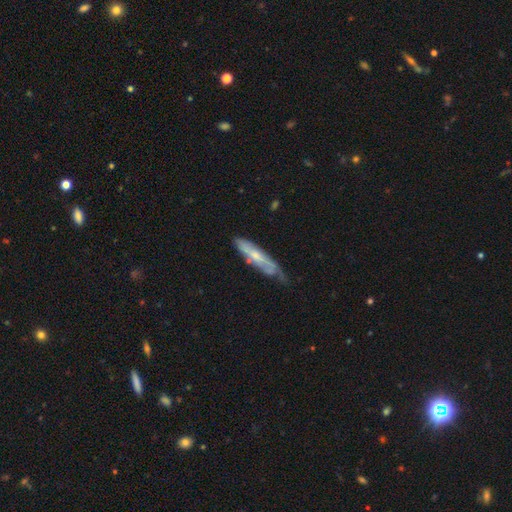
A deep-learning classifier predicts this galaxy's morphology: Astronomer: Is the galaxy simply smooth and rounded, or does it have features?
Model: featured or disk — 56% (runner-up: smooth, 39%).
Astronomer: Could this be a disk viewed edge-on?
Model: yes — 50%, tied with no at 50%.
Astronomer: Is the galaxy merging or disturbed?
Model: none — 49% (runner-up: minor disturbance, 35%).